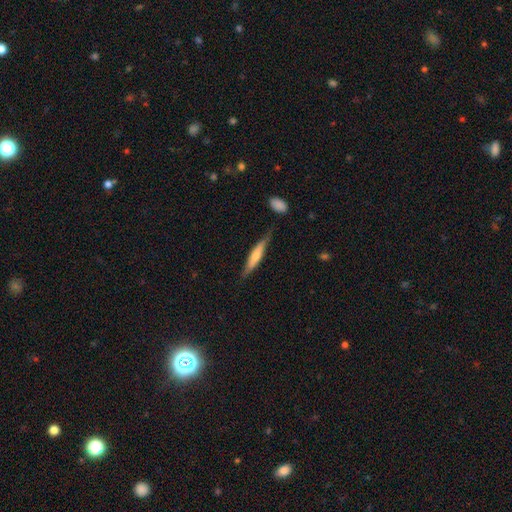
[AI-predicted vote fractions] A smooth galaxy with no disk features (52%) that is cigar-shaped (86%). Merging: none (74%).